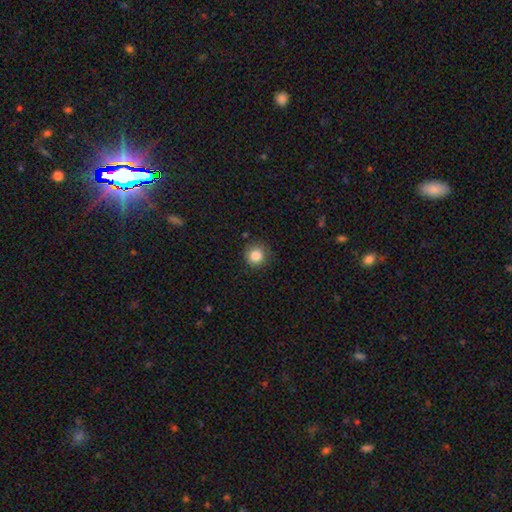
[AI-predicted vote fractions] Smooth or featured?
  - smooth: 85% *
  - star or artifact: 10%
  - featured or disk: 4%
How rounded?
  - round: 93% *
  - in between: 6%
  - cigar-shaped: 1%
Merging?
  - none: 86% *
  - minor disturbance: 10%
  - major disturbance: 3%
  - merger: 1%